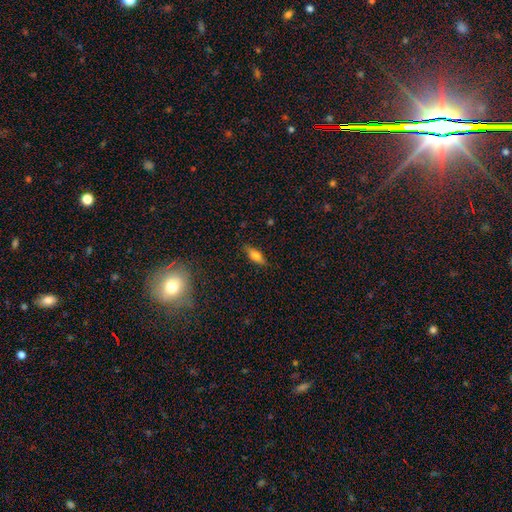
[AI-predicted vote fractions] smooth_or_featured: smooth (p=0.72) [alt: featured or disk p=0.19]
how_rounded: in between (p=0.68) [alt: cigar-shaped p=0.29]
merging: none (p=0.85) [alt: minor disturbance p=0.11]